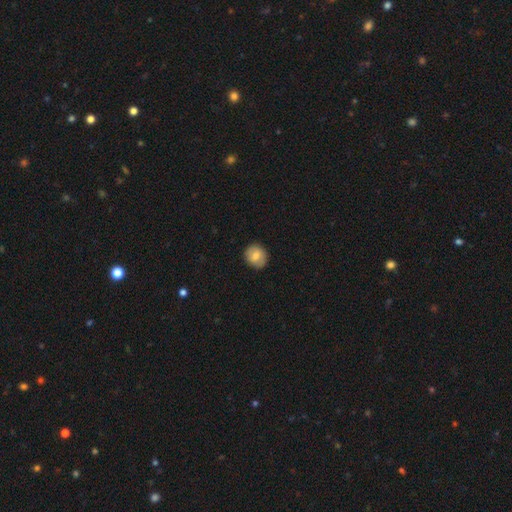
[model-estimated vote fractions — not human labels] Smooth or featured? Predicted: smooth (p=0.72). How rounded? Predicted: round (p=0.80). Merging? Predicted: none (p=0.87).